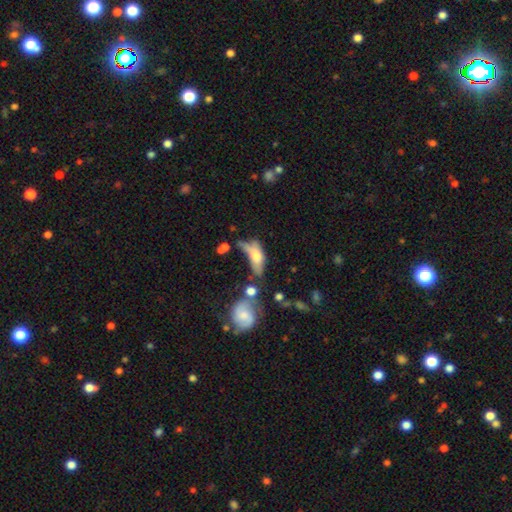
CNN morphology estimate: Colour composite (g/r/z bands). It shows a smooth galaxy with no disk features (53%) that is in between round and cigar-shaped (70%). Merging: major disturbance (33%).